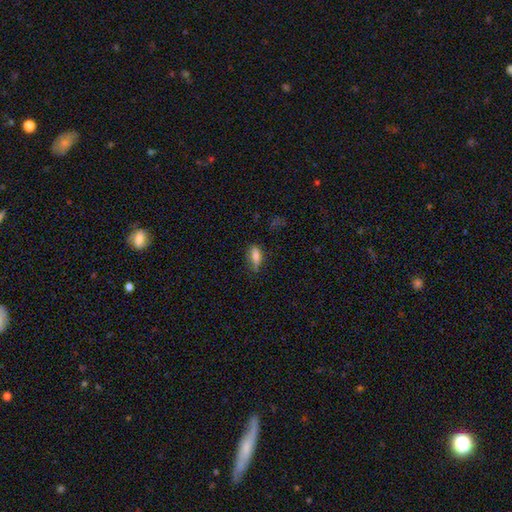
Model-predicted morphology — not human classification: Smooth or featured? smooth (74%)
How rounded? in between (74%)
Merging? none (63%)